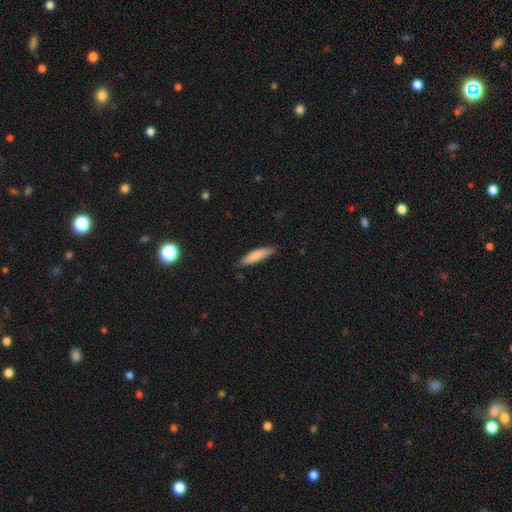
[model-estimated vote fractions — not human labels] The model was most divided on "how rounded": cigar-shaped: 72%, in between: 27%, round: 1%. More confident: smooth or featured — smooth (84%); merging — none (81%).